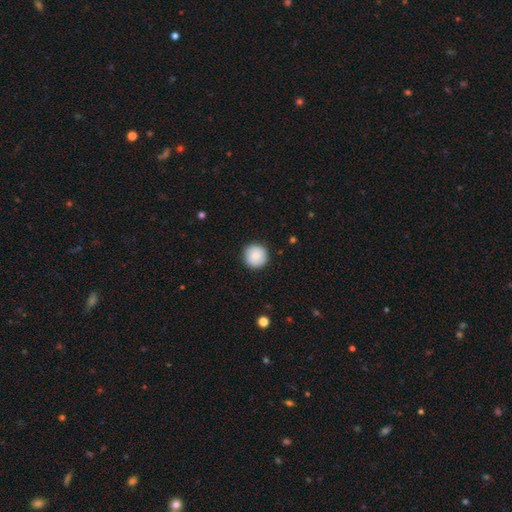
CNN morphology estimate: This appears to be a smooth galaxy with no disk features (82%) that is round (95%). Merging: none (90%).